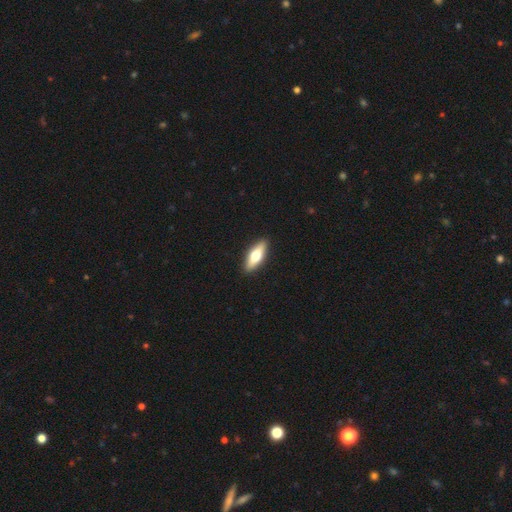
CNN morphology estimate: type=smooth (55%); roundness=in between (54%); merging=none (91%).